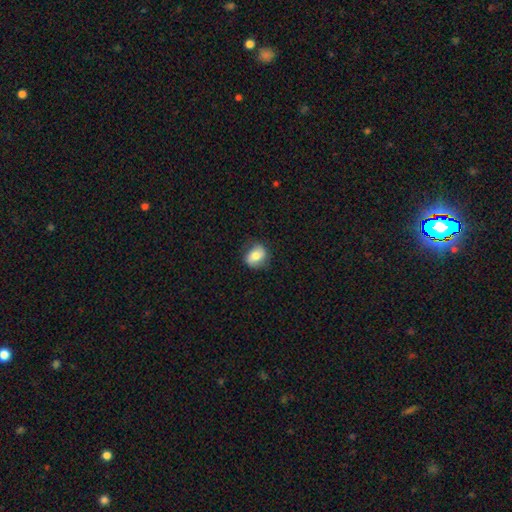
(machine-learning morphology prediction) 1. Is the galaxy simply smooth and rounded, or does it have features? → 71% smooth, 21% featured or disk, 8% star or artifact.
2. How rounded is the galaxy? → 50% round, 48% in between, 1% cigar-shaped.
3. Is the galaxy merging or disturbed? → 75% none, 19% minor disturbance, 5% major disturbance, 1% merger.